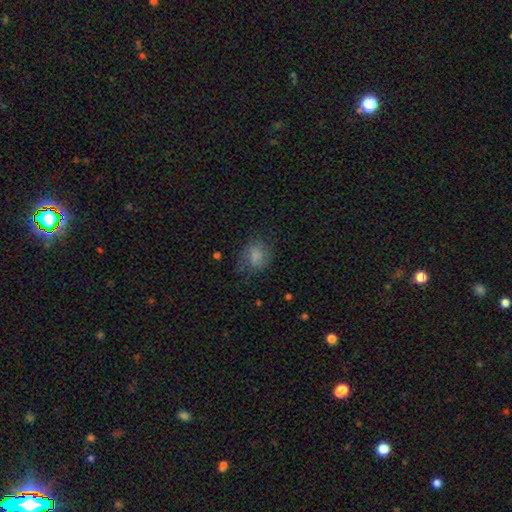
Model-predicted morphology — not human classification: type=smooth (76%); roundness=round (59%); merging=none (64%).